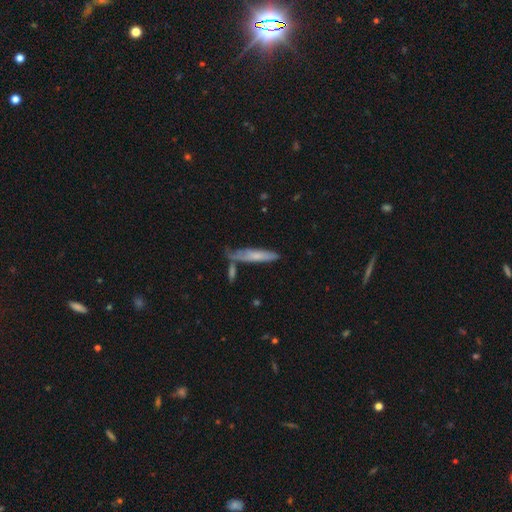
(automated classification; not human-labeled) This appears to be a smooth galaxy with no disk features (61%) that is cigar-shaped (85%). Merging: none (59%).